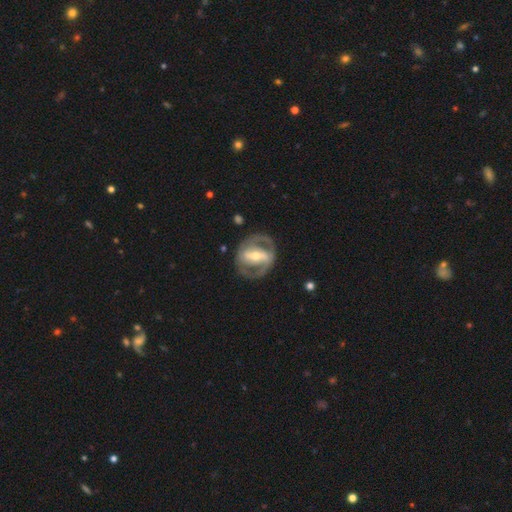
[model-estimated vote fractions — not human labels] A featured or disk galaxy (84%) with a strong bar (65%), 2 (85%) medium (47%) spiral arms (78%) and a moderate central bulge (54%).

Vote fractions:
- Smooth or featured? featured or disk: 84% / smooth: 12% / star or artifact: 4%
- Edge-on disk? no: 95% / yes: 5%
- Bar? strong: 65% / weak: 23% / no: 12%
- Spiral arms? yes: 78% / no: 22%
- Spiral winding? medium: 47% / tight: 37% / loose: 16%
- Spiral arm count? 2: 85% / can't tell: 8% / 1: 3% / 3: 2% / 4: 1% / more than 4: 1%
- Bulge size? moderate: 54% / small: 39% / large: 4% / none: 1% / dominant: 1%
- Merging? none: 78% / minor disturbance: 12% / major disturbance: 8% / merger: 2%